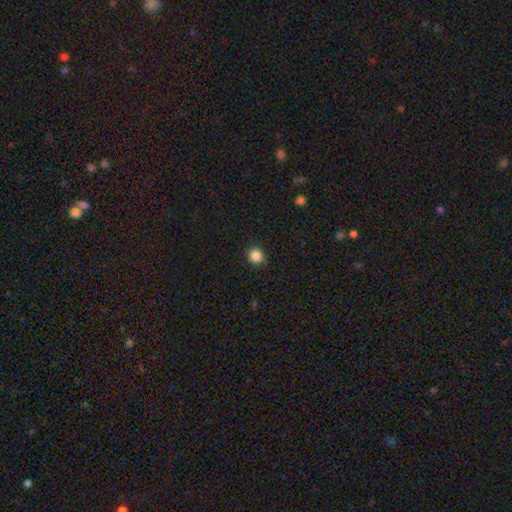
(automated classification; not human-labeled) Smooth or featured? smooth (86%)
How rounded? round (89%)
Merging? none (90%)